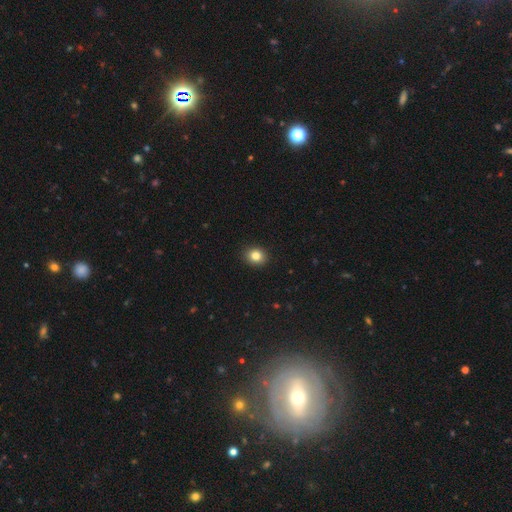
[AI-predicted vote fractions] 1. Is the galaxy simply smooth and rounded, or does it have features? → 83% smooth, 11% star or artifact, 6% featured or disk.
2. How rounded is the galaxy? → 68% round, 32% in between, 1% cigar-shaped.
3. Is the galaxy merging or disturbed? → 91% none, 6% minor disturbance, 2% major disturbance, 1% merger.